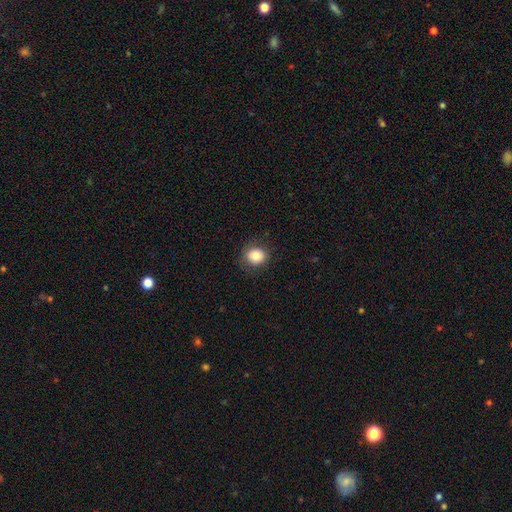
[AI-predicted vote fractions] Morphology: type=smooth (83%); roundness=round (80%); merging=none (86%).